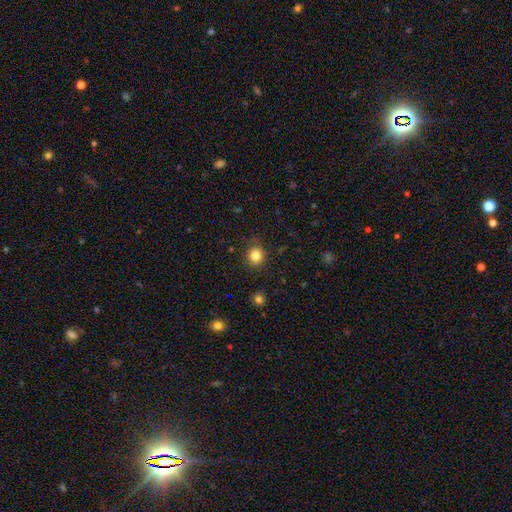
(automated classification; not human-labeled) The model was most divided on "merging": none: 82%, minor disturbance: 13%, major disturbance: 4%, merger: 1%. More confident: how rounded — round (85%); smooth or featured — smooth (83%).